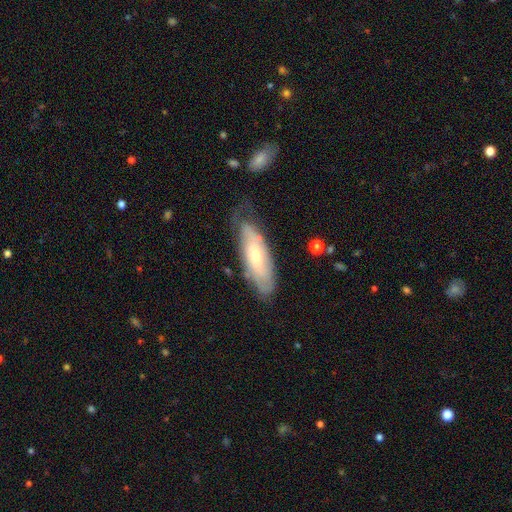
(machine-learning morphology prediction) featured or disk 59%, smooth 35%, star or artifact 6%. Down the decision tree: edge-on disk — no (76%); merging — none (57%).